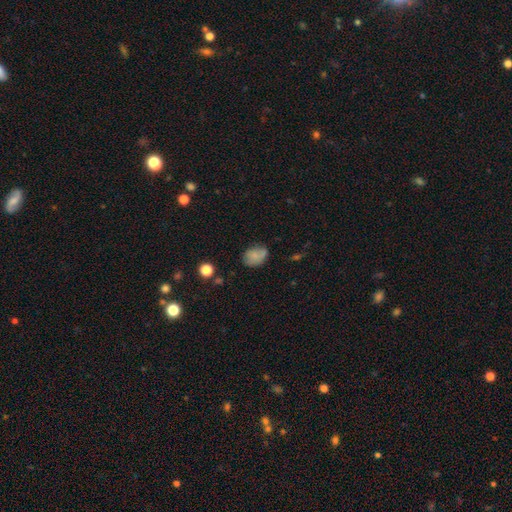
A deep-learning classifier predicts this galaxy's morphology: smooth_or_featured: smooth (p=0.76) [alt: featured or disk p=0.13]
how_rounded: in between (p=0.73) [alt: round p=0.26]
merging: none (p=0.59) [alt: minor disturbance p=0.29]